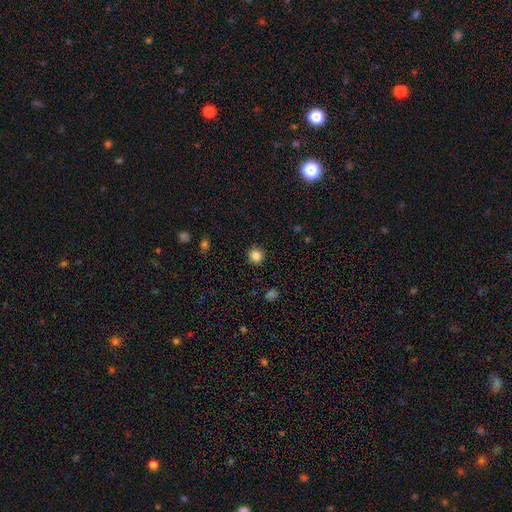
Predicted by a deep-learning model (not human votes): Morphology: type=smooth (84%); roundness=round (93%); merging=none (91%).